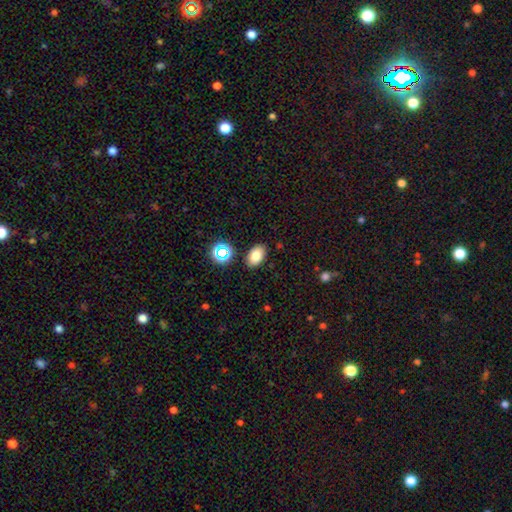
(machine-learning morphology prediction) The model was most divided on "smooth or featured": smooth: 79%, star or artifact: 13%, featured or disk: 9%. More confident: how rounded — in between (88%); merging — none (85%).